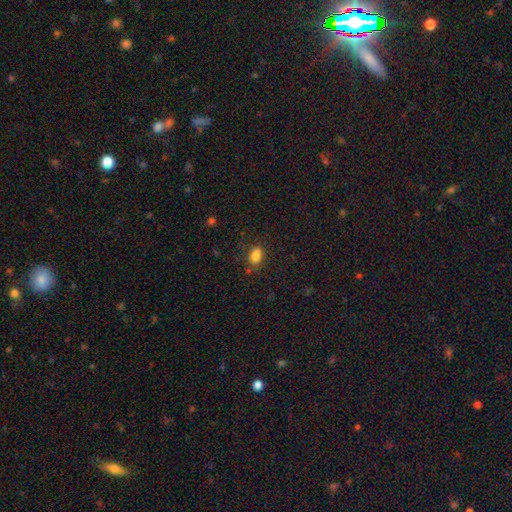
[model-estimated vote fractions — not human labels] Q: Smooth or featured?
A: smooth (83%); runner-up: star or artifact (12%)
Q: How rounded?
A: in between (78%); runner-up: round (20%)
Q: Merging?
A: none (76%); runner-up: minor disturbance (15%)